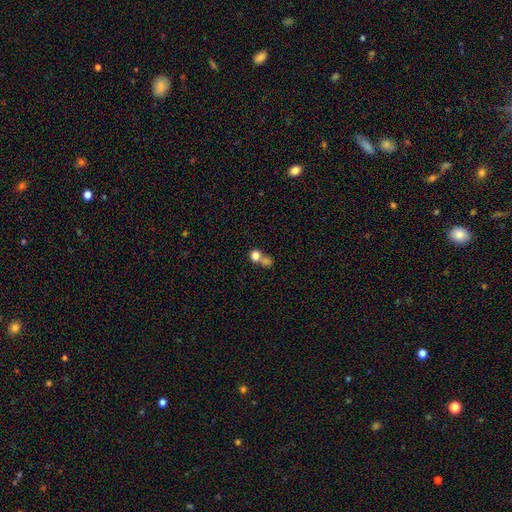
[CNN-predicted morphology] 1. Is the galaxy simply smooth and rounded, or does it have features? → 79% smooth, 11% star or artifact, 11% featured or disk.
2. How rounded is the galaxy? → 78% round, 21% in between, 1% cigar-shaped.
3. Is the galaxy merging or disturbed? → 59% merger, 31% none, 6% minor disturbance, 5% major disturbance.